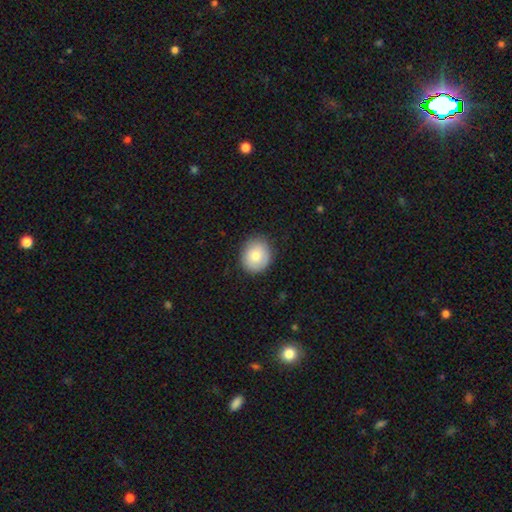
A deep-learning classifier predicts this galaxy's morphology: This is likely a smooth galaxy (78%). How rounded: likely round (78%). Merging: clearly none (84%).